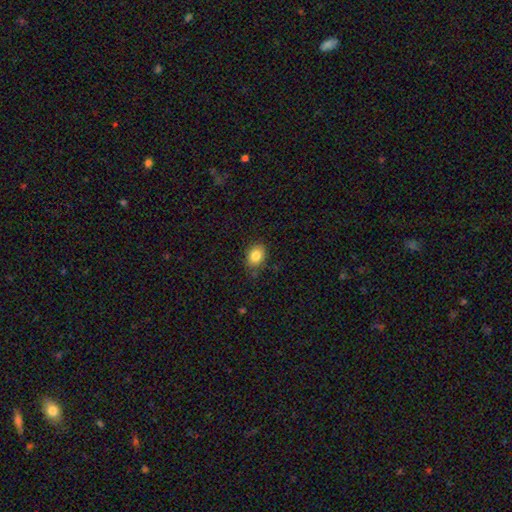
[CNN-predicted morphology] This is clearly a smooth galaxy (84%). How rounded: likely in between (61%). Merging: clearly none (82%).